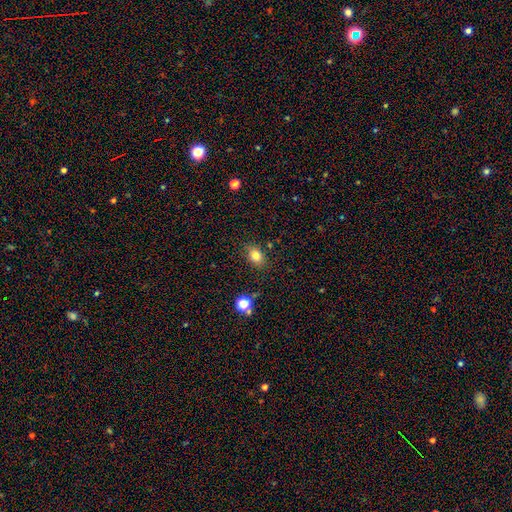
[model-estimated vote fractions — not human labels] This appears to be a smooth galaxy with no disk features (80%) that is in between round and cigar-shaped (68%). Merging: none (81%).